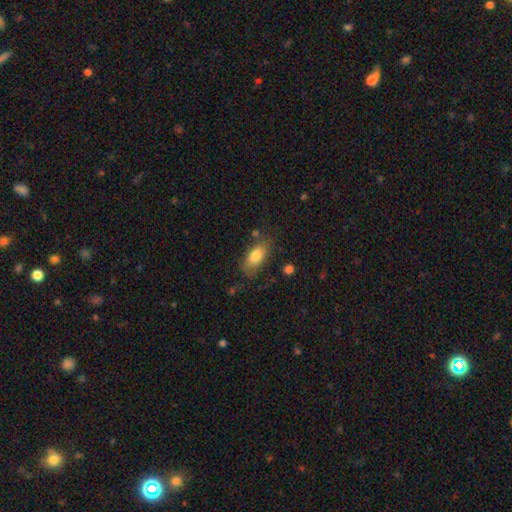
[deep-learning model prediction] Smooth or featured? smooth (79%)
How rounded? in between (85%)
Merging? none (70%)